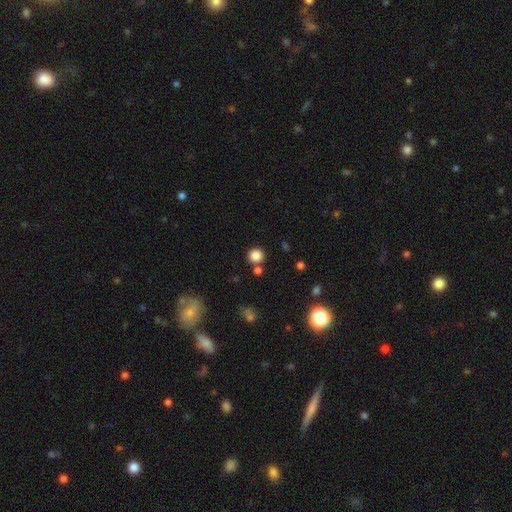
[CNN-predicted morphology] Q: Smooth or featured?
A: smooth (84%); runner-up: star or artifact (12%)
Q: How rounded?
A: round (92%); runner-up: in between (7%)
Q: Merging?
A: none (79%); runner-up: merger (11%)